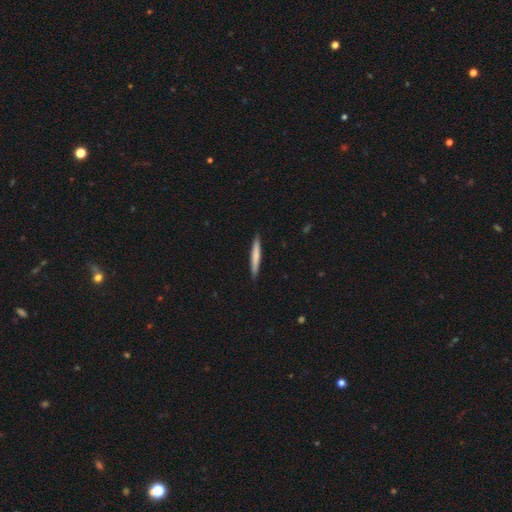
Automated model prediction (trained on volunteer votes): Smooth or featured? Predicted: smooth (p=0.71). How rounded? Predicted: cigar-shaped (p=0.95). Merging? Predicted: none (p=0.90).